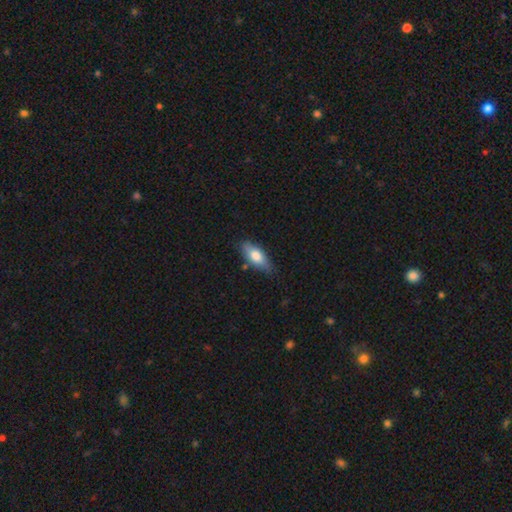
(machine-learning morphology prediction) This appears to be a smooth galaxy with no disk features (72%) that is in between round and cigar-shaped (79%). Merging: none (76%).